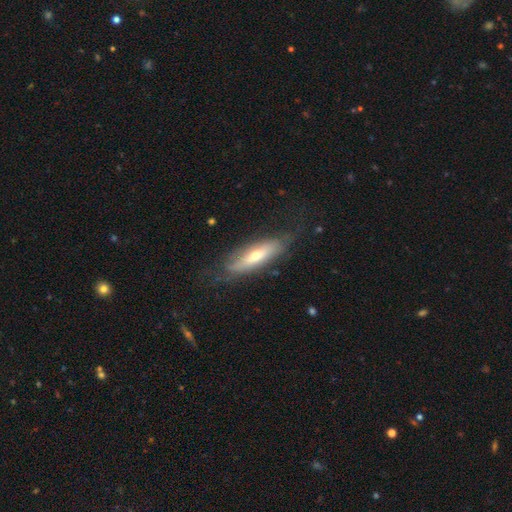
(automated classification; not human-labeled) This is possibly a featured or disk galaxy (51%). It is possibly viewed edge-on (51%). Merging: likely none (67%).